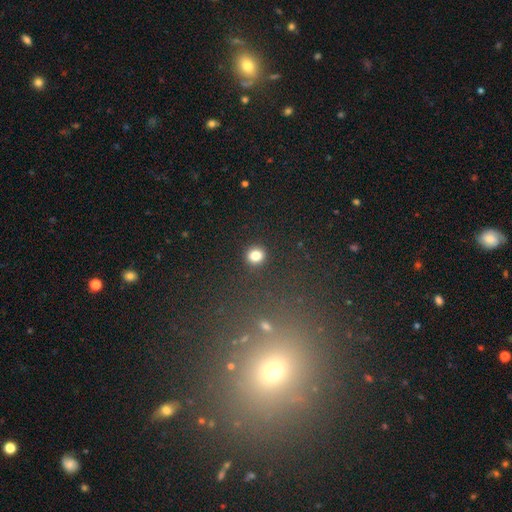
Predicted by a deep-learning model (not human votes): Smooth or featured? Predicted: smooth (p=0.81). How rounded? Predicted: round (p=0.87). Merging? Predicted: none (p=0.90).